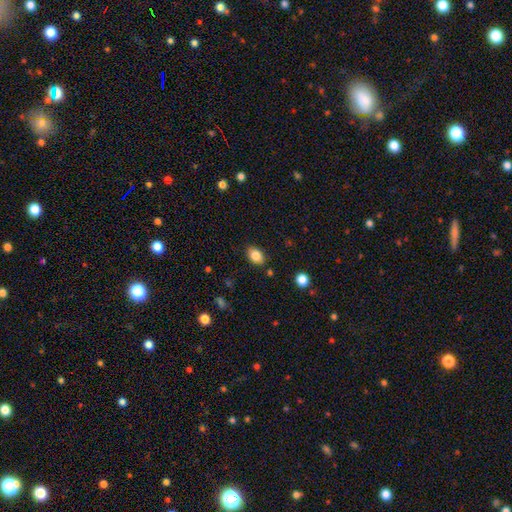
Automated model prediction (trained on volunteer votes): smooth 85%, star or artifact 9%, featured or disk 6%. Down the decision tree: how rounded — in between (76%); merging — none (84%).